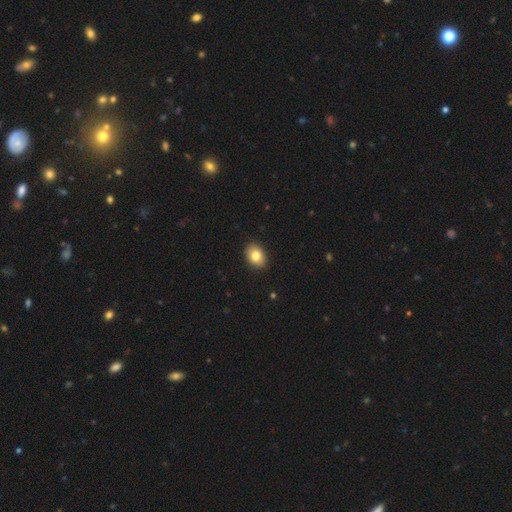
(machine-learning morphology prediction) type=smooth (82%); roundness=in between (70%); merging=none (90%).